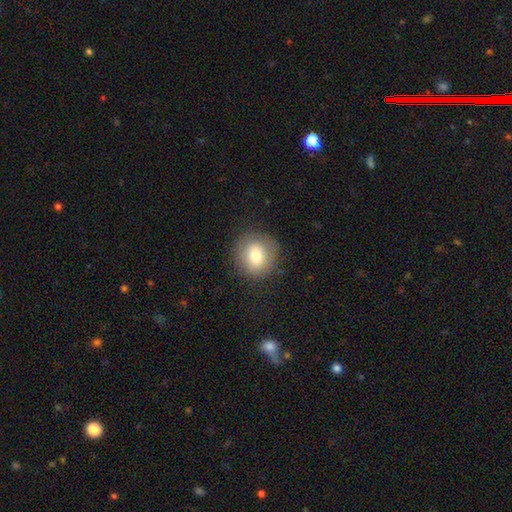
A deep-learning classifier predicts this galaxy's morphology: smooth-or-featured: smooth: 79% | featured or disk: 12% | star or artifact: 9%
  how-rounded: round: 85% | in between: 14% | cigar-shaped: 1%
  merging: none: 84% | minor disturbance: 11% | major disturbance: 4% | merger: 1%